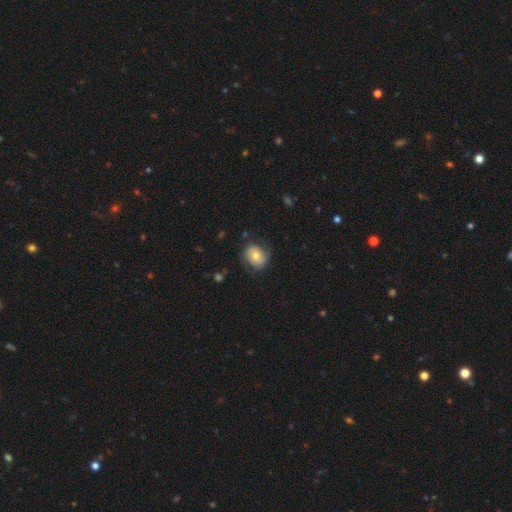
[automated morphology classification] smooth_or_featured: smooth (p=0.60) [alt: featured or disk p=0.32]
how_rounded: round (p=0.61) [alt: in between p=0.38]
merging: none (p=0.73) [alt: minor disturbance p=0.19]